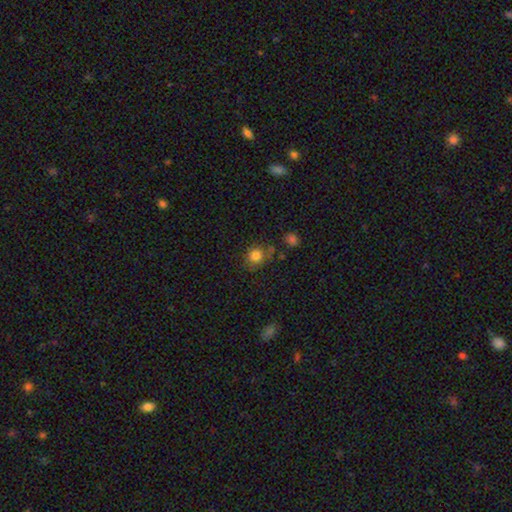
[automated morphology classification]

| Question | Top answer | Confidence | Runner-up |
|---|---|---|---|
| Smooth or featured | smooth | 82% | star or artifact (11%) |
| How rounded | round | 84% | in between (15%) |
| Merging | none | 72% | minor disturbance (16%) |